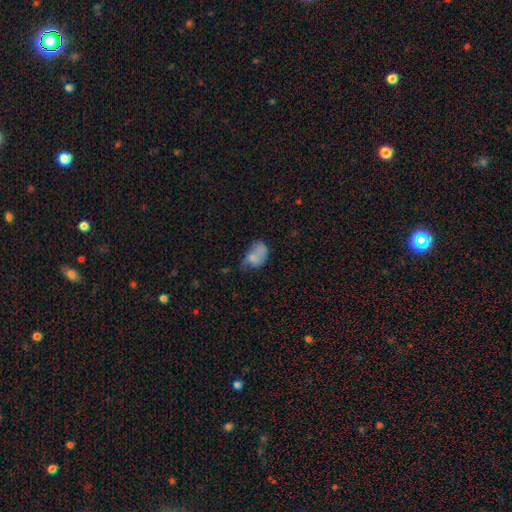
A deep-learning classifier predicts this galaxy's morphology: smooth-or-featured: smooth: 68% | featured or disk: 22% | star or artifact: 10%
  how-rounded: in between: 84% | round: 14% | cigar-shaped: 2%
  merging: minor disturbance: 31% | major disturbance: 27% | none: 25% | merger: 17%